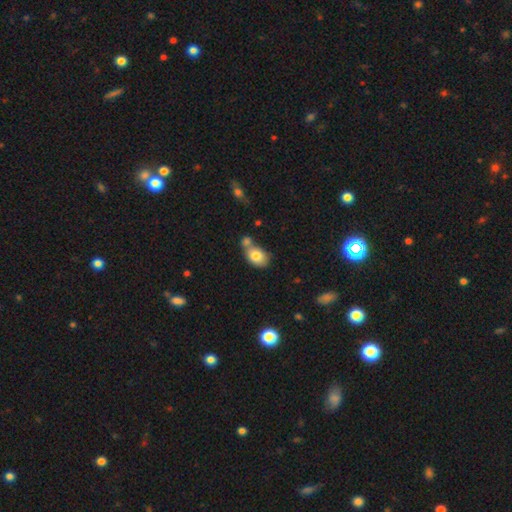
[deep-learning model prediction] Q: Smooth or featured?
A: smooth (79%); runner-up: featured or disk (12%)
Q: How rounded?
A: in between (74%); runner-up: round (25%)
Q: Merging?
A: merger (43%); runner-up: none (38%)